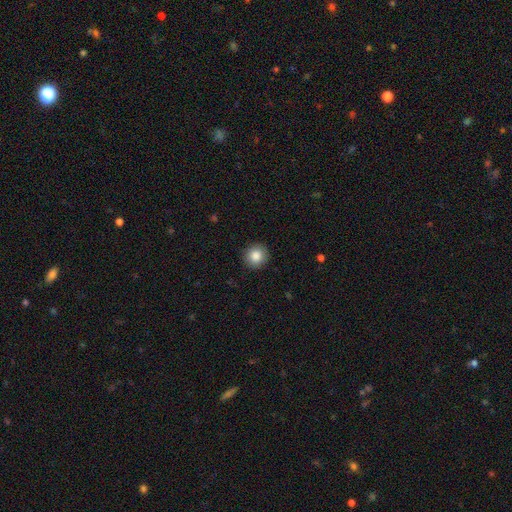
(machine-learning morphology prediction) Smooth or featured?
  - smooth: 86% *
  - star or artifact: 9%
  - featured or disk: 5%
How rounded?
  - round: 93% *
  - in between: 6%
  - cigar-shaped: 1%
Merging?
  - none: 91% *
  - minor disturbance: 6%
  - major disturbance: 2%
  - merger: 1%